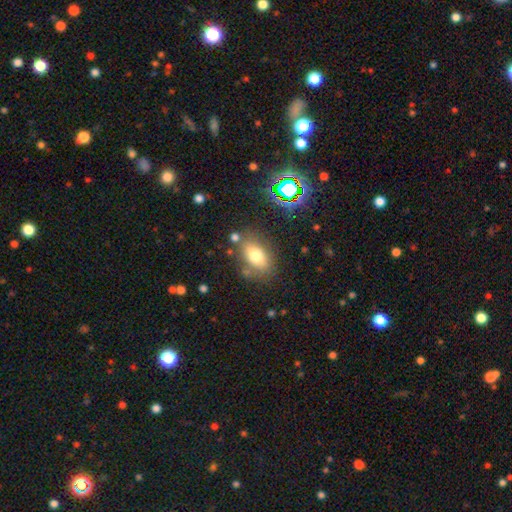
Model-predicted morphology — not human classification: Overall: smooth (72%). How rounded: in between (81%). Merging: none (73%).